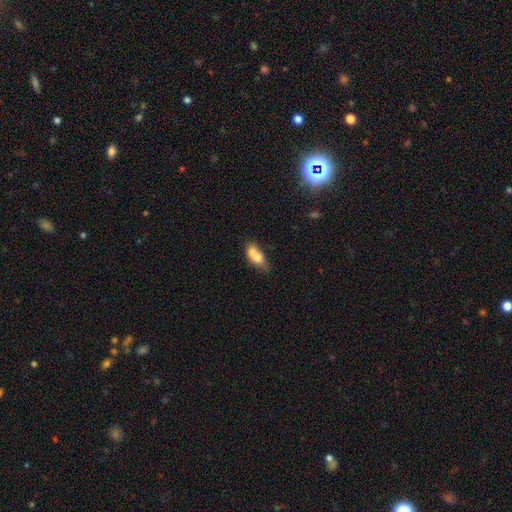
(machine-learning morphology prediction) type=smooth (64%); roundness=in between (69%); merging=merger (57%).